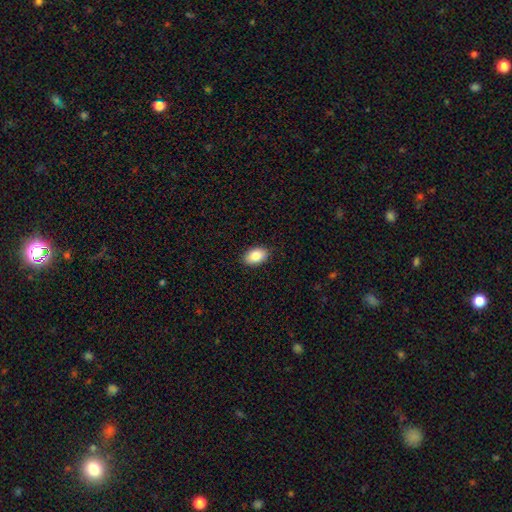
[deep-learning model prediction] This is clearly a smooth galaxy (86%). How rounded: clearly in between (91%). Merging: clearly none (88%).